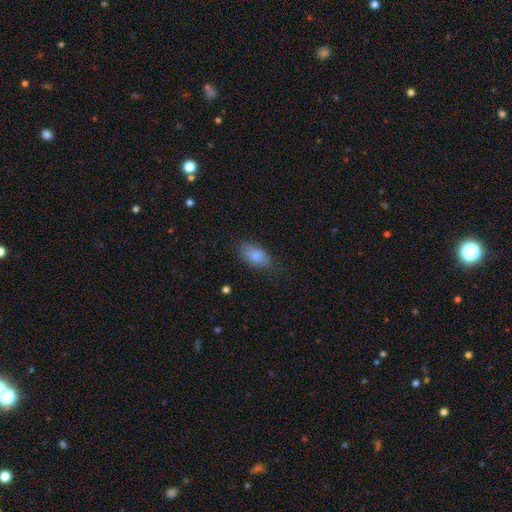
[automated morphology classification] Overall: smooth (83%). How rounded: in between (91%). Merging: none (70%).